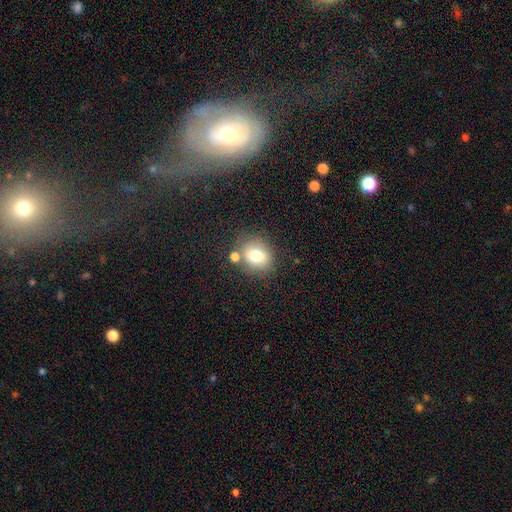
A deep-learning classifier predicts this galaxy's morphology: Smooth or featured? smooth (75%)
How rounded? round (69%)
Merging? none (68%)